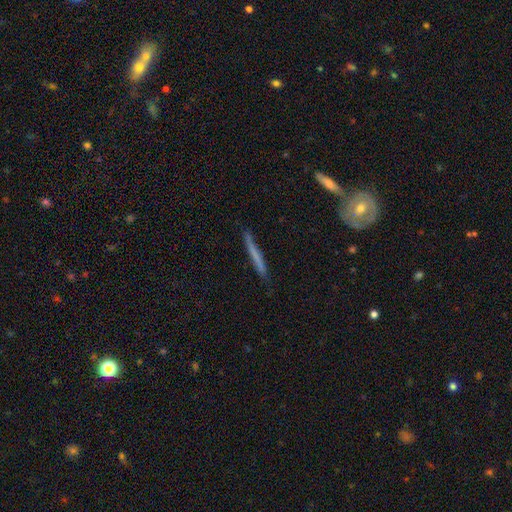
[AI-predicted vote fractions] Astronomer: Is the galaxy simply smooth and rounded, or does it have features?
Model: smooth — 54% (runner-up: featured or disk, 39%).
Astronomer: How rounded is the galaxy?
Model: cigar-shaped — 96%.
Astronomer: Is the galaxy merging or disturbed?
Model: none — 84%.